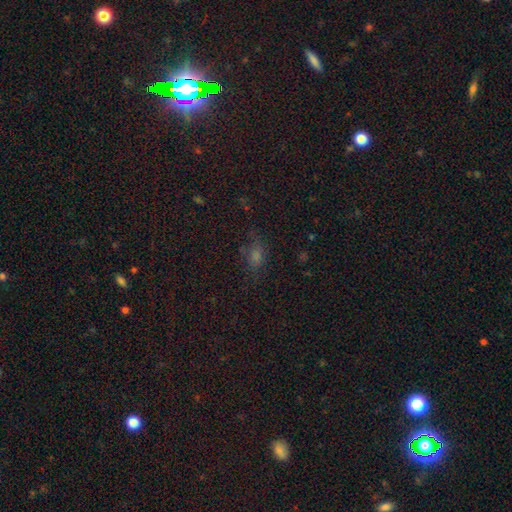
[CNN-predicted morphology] A smooth galaxy with no disk features (55%) that is in between round and cigar-shaped (68%). Merging: none (66%).